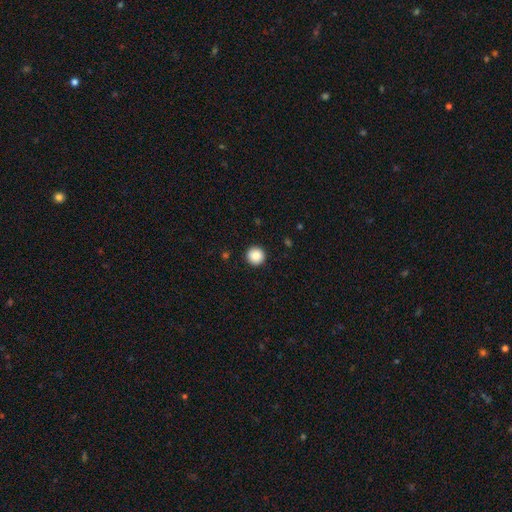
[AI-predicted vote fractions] The model was most divided on "smooth or featured": smooth: 88%, star or artifact: 9%, featured or disk: 4%. More confident: how rounded — round (96%); merging — none (93%).